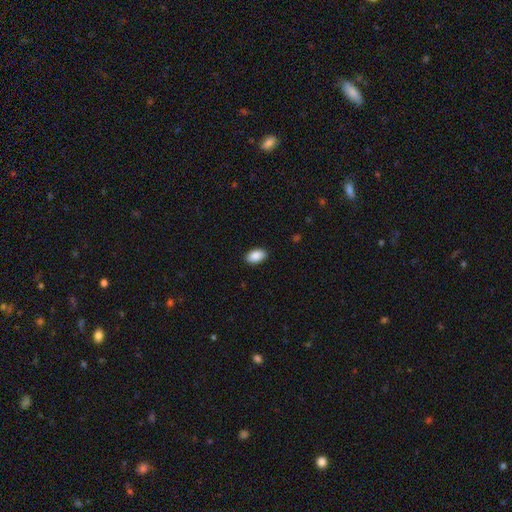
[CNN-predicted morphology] Q: Smooth or featured?
A: smooth (89%); runner-up: star or artifact (7%)
Q: How rounded?
A: in between (93%); runner-up: round (6%)
Q: Merging?
A: none (90%); runner-up: minor disturbance (8%)